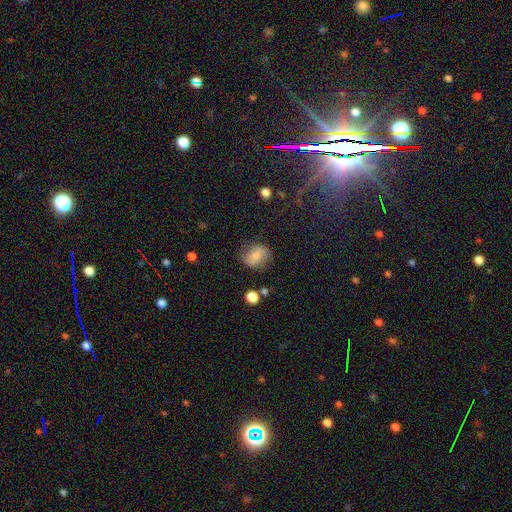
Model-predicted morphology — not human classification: Smooth or featured?
  - smooth: 67% *
  - featured or disk: 23%
  - star or artifact: 10%
How rounded?
  - round: 50% *
  - in between: 48%
  - cigar-shaped: 2%
Merging?
  - none: 72% *
  - minor disturbance: 19%
  - major disturbance: 7%
  - merger: 2%